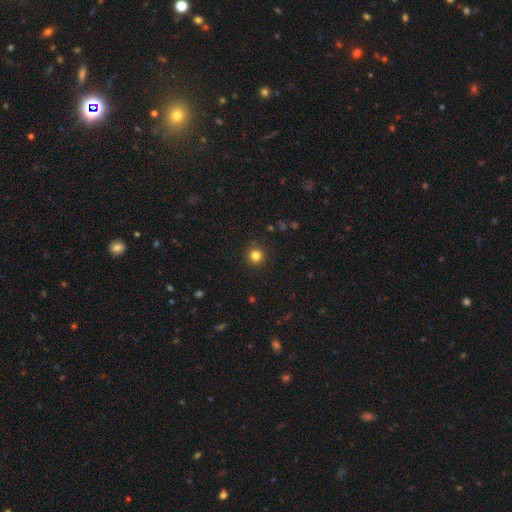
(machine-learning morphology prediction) A smooth galaxy with no disk features (82%) that is round (94%). Merging: none (91%).